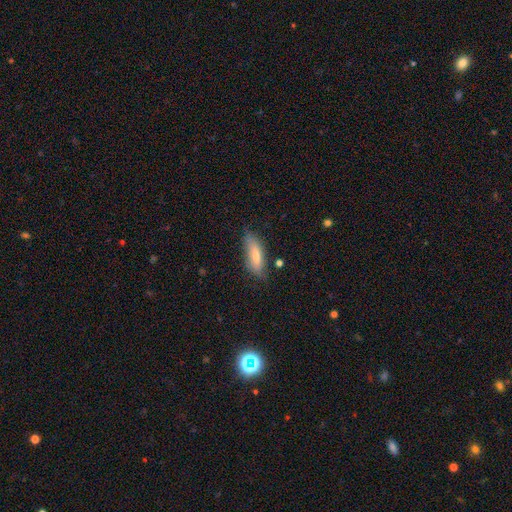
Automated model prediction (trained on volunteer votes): Morphology: type=smooth (75%); roundness=in between (54%); merging=none (69%).